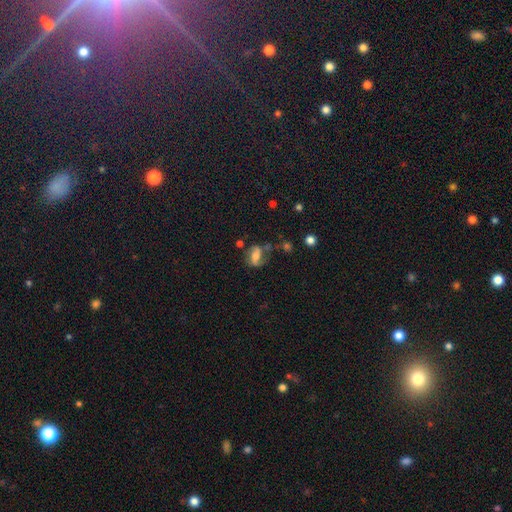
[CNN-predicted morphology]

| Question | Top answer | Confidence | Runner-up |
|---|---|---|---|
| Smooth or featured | featured or disk | 56% | smooth (34%) |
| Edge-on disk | no | 95% | yes (5%) |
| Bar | weak | 36% | strong (33%) |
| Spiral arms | yes | 78% | no (22%) |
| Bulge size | moderate | 49% | small (29%) |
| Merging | none | 48% | minor disturbance (24%) |